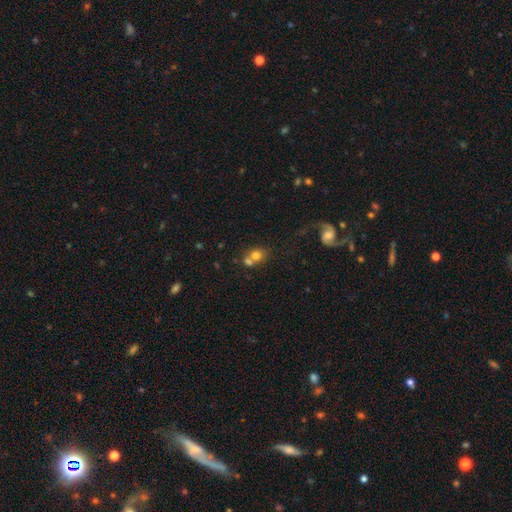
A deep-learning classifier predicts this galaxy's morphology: A smooth galaxy with no disk features (71%) that is round (72%). Merging: merger (51%).